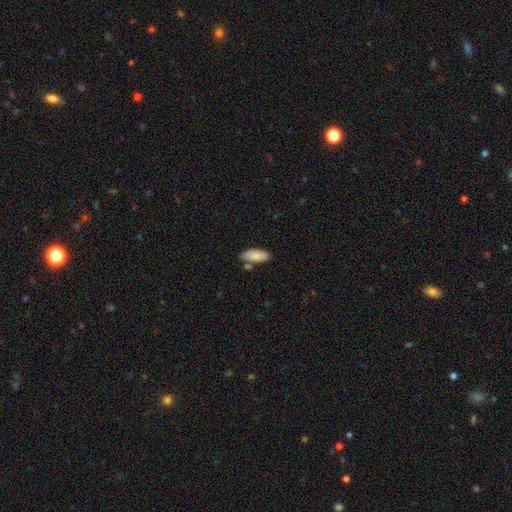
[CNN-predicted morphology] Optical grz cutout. It shows a smooth galaxy with no disk features (86%) that is in between round and cigar-shaped (82%). Merging: none (72%).